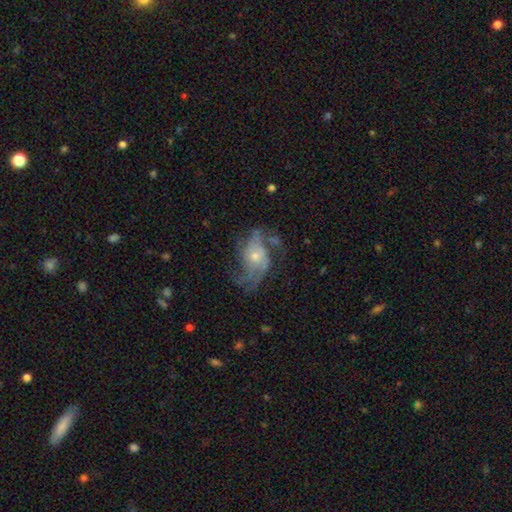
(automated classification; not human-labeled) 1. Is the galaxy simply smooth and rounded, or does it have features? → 77% featured or disk, 15% smooth, 8% star or artifact.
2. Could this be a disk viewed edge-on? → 97% no, 3% yes.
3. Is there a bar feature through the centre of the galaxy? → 73% no, 22% weak, 5% strong.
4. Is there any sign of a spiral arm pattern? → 86% yes, 14% no.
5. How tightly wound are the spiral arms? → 44% loose, 40% medium, 16% tight.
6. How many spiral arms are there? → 38% 2, 22% can't tell, 21% 3, 7% 4, 6% 1, 5% more than 4.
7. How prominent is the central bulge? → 62% small, 32% moderate, 2% large, 2% none, 1% dominant.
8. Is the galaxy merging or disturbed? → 49% none, 26% major disturbance, 22% minor disturbance, 3% merger.